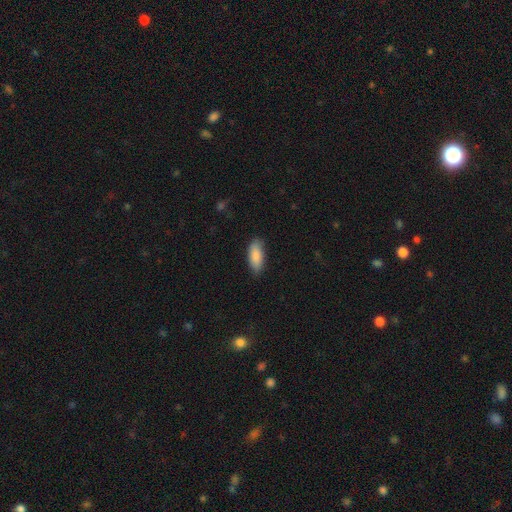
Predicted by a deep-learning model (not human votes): smooth 87%, featured or disk 8%, star or artifact 6%. Down the decision tree: how rounded — in between (80%); merging — none (83%).